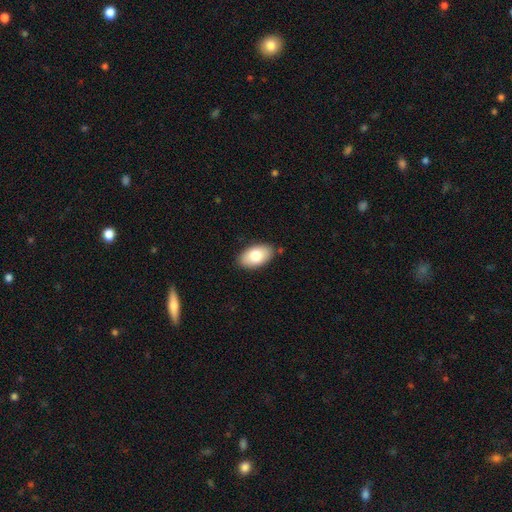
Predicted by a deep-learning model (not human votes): Overall: smooth (79%). How rounded: in between (94%). Merging: none (85%).